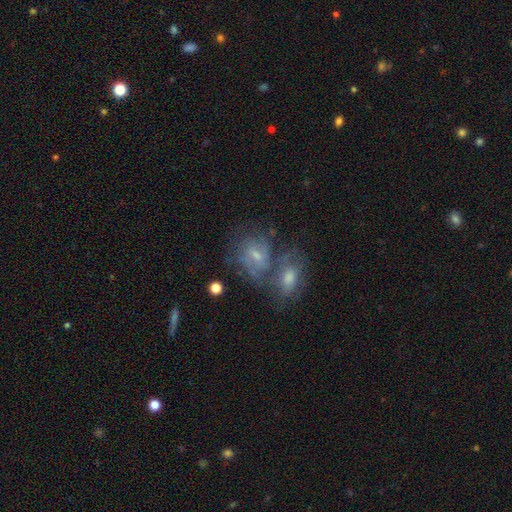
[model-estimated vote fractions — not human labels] A featured or disk galaxy (58%) with a weak bar (51%), spiral arms (73%) and a small central bulge (55%). Merging: merger (43%).